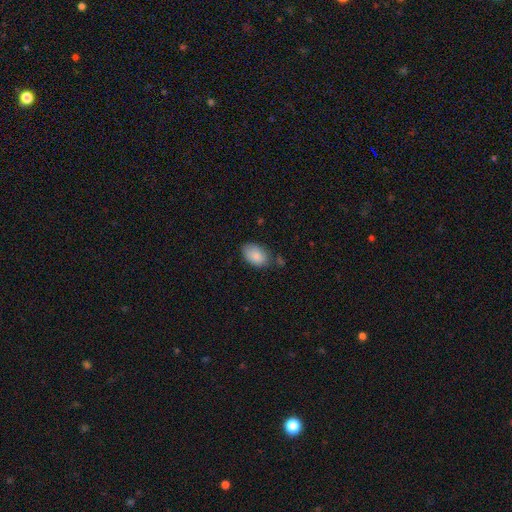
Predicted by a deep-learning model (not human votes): A smooth galaxy with no disk features (87%) that is in between round and cigar-shaped (91%).

Vote fractions:
- Smooth or featured? smooth: 87% / star or artifact: 7% / featured or disk: 6%
- How rounded? in between: 91% / round: 8% / cigar-shaped: 1%
- Merging? none: 69% / minor disturbance: 23% / major disturbance: 5% / merger: 4%